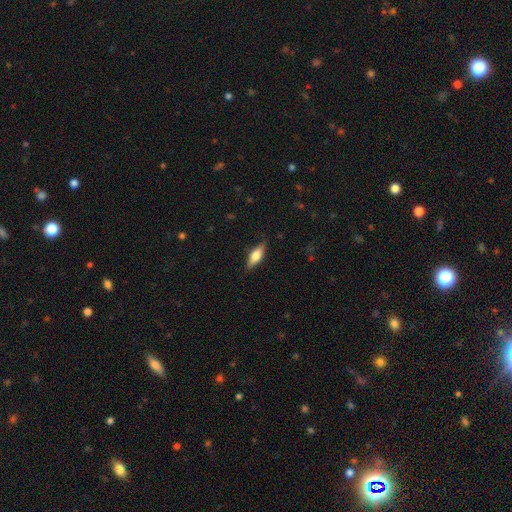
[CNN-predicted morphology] A smooth galaxy with no disk features (57%) that is in between round and cigar-shaped (61%).

Vote fractions:
- Smooth or featured? smooth: 57% / featured or disk: 37% / star or artifact: 6%
- How rounded? in between: 61% / cigar-shaped: 36% / round: 3%
- Merging? none: 81% / minor disturbance: 15% / major disturbance: 3% / merger: 1%